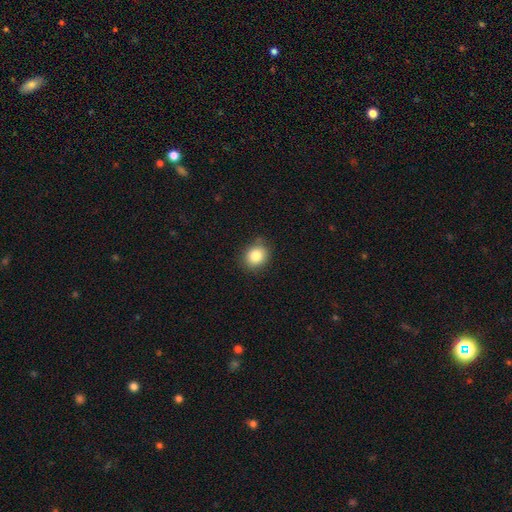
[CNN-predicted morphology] type=smooth (84%); roundness=round (70%); merging=none (81%).